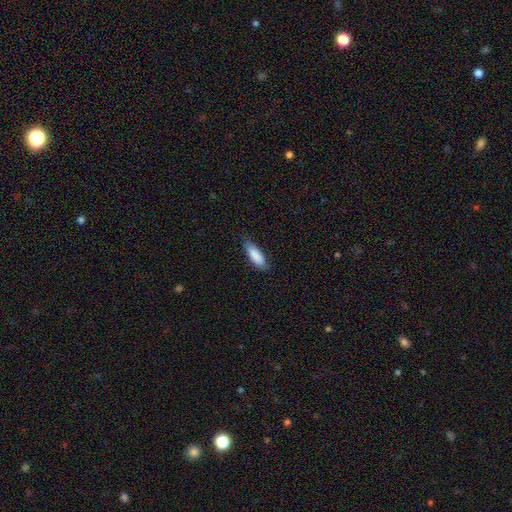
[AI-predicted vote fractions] A smooth galaxy with no disk features (87%) that is in between round and cigar-shaped (52%).

Vote fractions:
- Smooth or featured? smooth: 87% / featured or disk: 7% / star or artifact: 6%
- How rounded? in between: 52% / cigar-shaped: 46% / round: 2%
- Merging? none: 78% / minor disturbance: 18% / major disturbance: 3% / merger: 1%